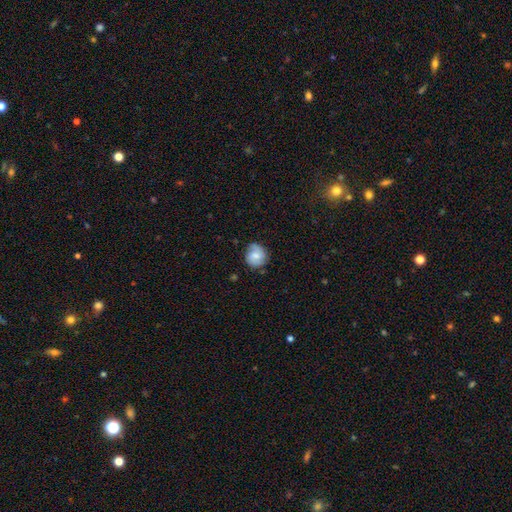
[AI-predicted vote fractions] The model was most divided on "smooth or featured": smooth: 56%, featured or disk: 37%, star or artifact: 8%. More confident: how rounded — round (83%); merging — none (72%).